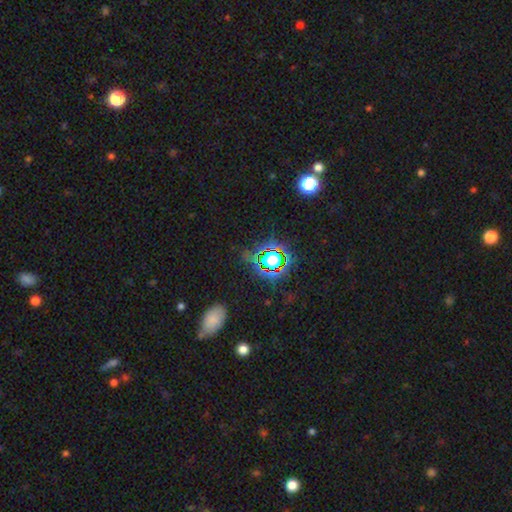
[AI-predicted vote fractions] The model was most divided on "smooth or featured": star or artifact: 74%, smooth: 16%, featured or disk: 9%.